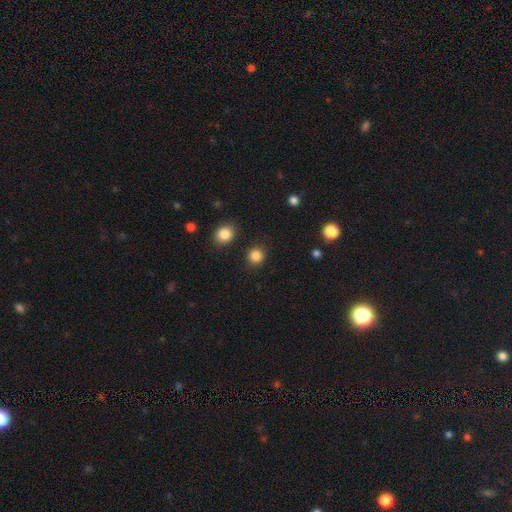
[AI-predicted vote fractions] smooth-or-featured: smooth: 86% | star or artifact: 11% | featured or disk: 3%
  how-rounded: round: 89% | in between: 10% | cigar-shaped: 1%
  merging: none: 89% | minor disturbance: 6% | merger: 2% | major disturbance: 2%